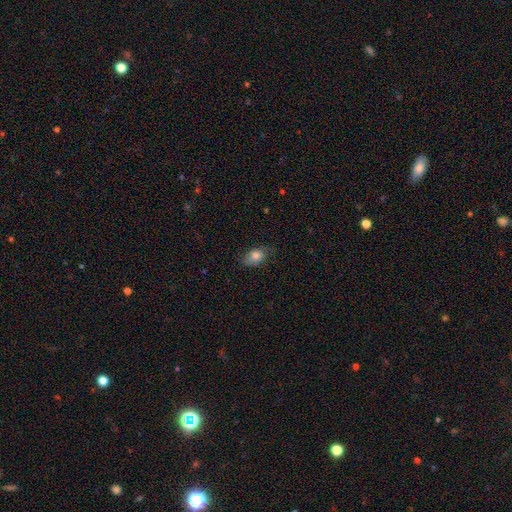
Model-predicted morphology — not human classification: Smooth or featured?
  - smooth: 78% *
  - featured or disk: 14%
  - star or artifact: 8%
How rounded?
  - in between: 84% *
  - round: 14%
  - cigar-shaped: 2%
Merging?
  - none: 75% *
  - minor disturbance: 20%
  - major disturbance: 4%
  - merger: 1%